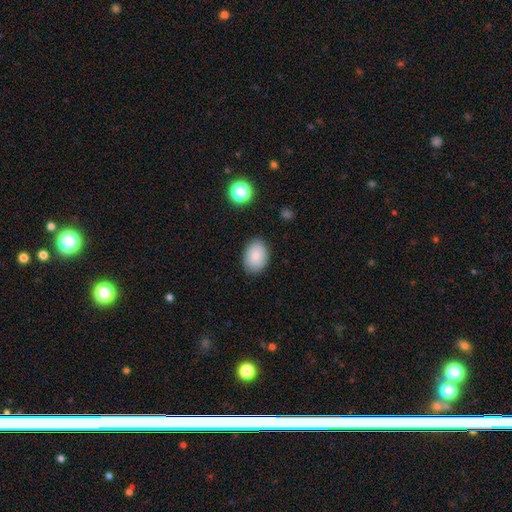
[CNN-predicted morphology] This appears to be a smooth galaxy with no disk features (85%) that is in between round and cigar-shaped (78%). Merging: none (85%).